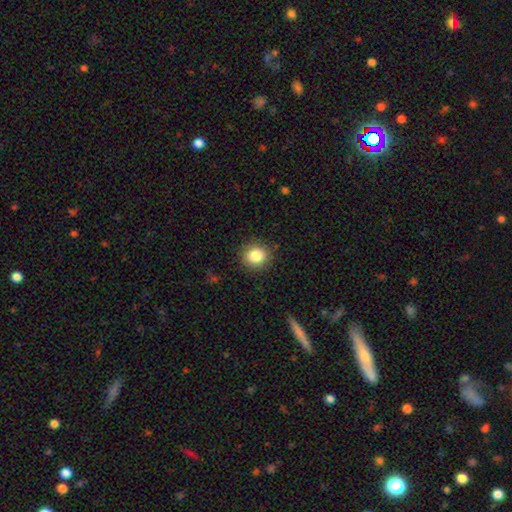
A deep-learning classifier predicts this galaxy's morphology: A smooth galaxy with no disk features (84%) that is round (85%).

Vote fractions:
- Smooth or featured? smooth: 84% / star or artifact: 10% / featured or disk: 6%
- How rounded? round: 85% / in between: 14% / cigar-shaped: 1%
- Merging? none: 89% / minor disturbance: 8% / major disturbance: 2% / merger: 1%